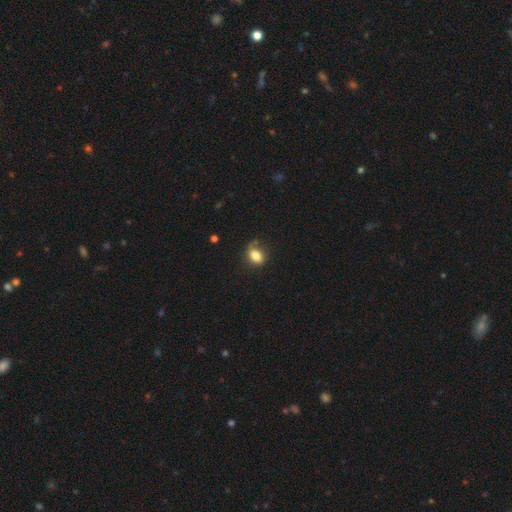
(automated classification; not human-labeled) A smooth galaxy with no disk features (79%) that is in between round and cigar-shaped (67%).

Vote fractions:
- Smooth or featured? smooth: 79% / featured or disk: 11% / star or artifact: 9%
- How rounded? in between: 67% / round: 32% / cigar-shaped: 2%
- Merging? none: 56% / minor disturbance: 29% / major disturbance: 11% / merger: 4%